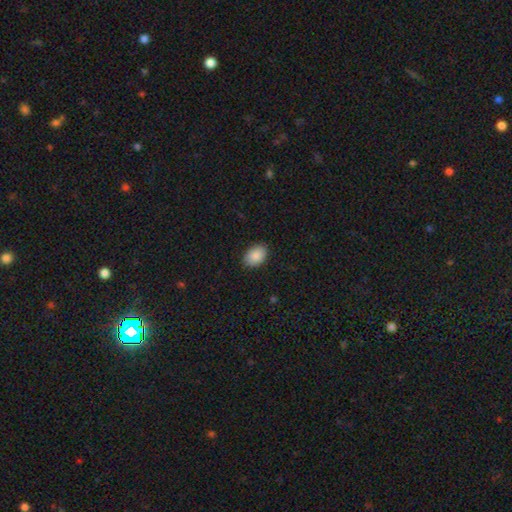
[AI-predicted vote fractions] This appears to be a smooth galaxy with no disk features (89%) that is in between round and cigar-shaped (84%). Merging: none (88%).